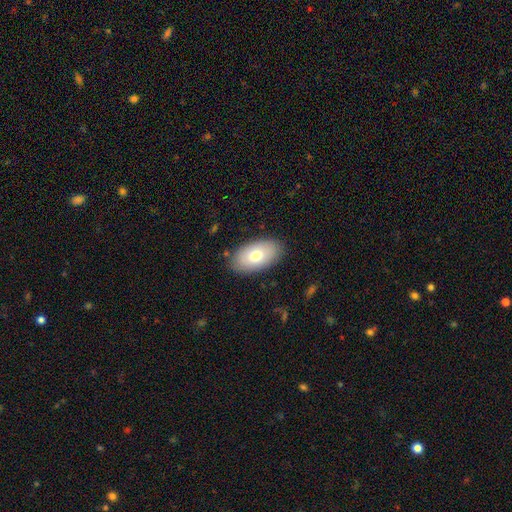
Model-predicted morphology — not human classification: smooth_or_featured: smooth (p=0.72) [alt: featured or disk p=0.21]
how_rounded: in between (p=0.94) [alt: round p=0.04]
merging: none (p=0.85) [alt: minor disturbance p=0.11]